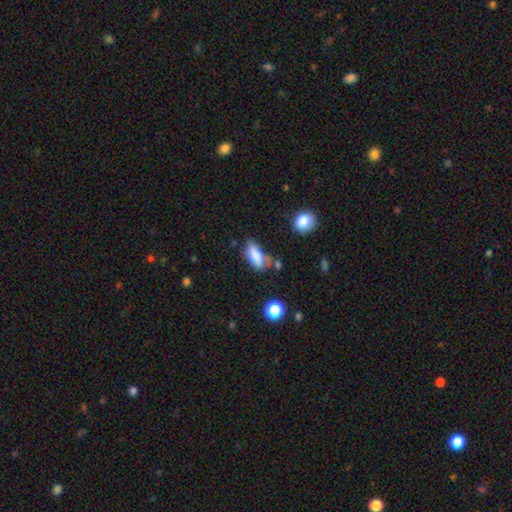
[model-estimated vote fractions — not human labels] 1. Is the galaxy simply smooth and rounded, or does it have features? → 79% smooth, 12% featured or disk, 9% star or artifact.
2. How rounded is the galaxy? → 77% in between, 20% cigar-shaped, 3% round.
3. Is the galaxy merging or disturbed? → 40% none, 29% minor disturbance, 15% major disturbance, 15% merger.